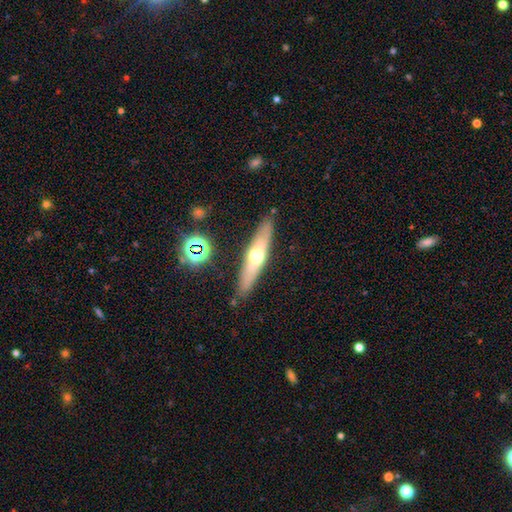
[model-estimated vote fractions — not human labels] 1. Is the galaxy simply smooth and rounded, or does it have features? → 50% featured or disk, 43% smooth, 7% star or artifact.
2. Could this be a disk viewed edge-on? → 81% yes, 19% no.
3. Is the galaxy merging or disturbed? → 87% none, 9% minor disturbance, 2% major disturbance, 2% merger.